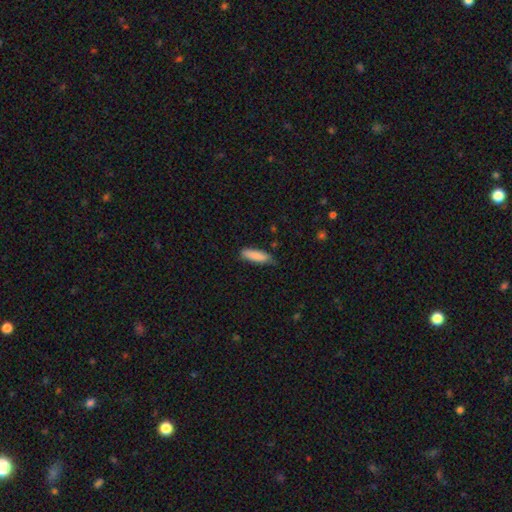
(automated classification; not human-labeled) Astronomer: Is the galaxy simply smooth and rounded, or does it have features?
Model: smooth — 87%.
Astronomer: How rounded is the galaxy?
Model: cigar-shaped — 58% (runner-up: in between, 41%).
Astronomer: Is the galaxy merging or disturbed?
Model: none — 72%.